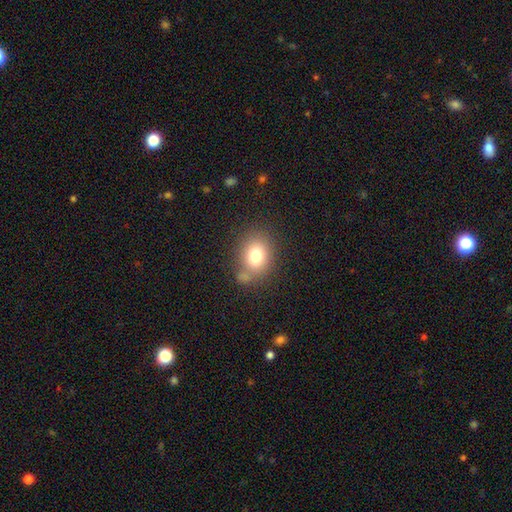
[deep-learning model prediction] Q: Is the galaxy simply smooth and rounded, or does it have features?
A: smooth — 77%.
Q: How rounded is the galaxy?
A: round — 50%.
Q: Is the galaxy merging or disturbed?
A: none — 65%.